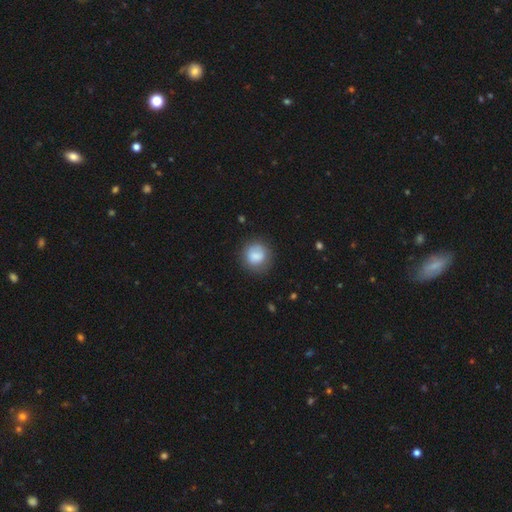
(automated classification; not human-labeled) The model was most divided on "merging": none: 73%, minor disturbance: 18%, major disturbance: 7%, merger: 2%. More confident: how rounded — round (85%); smooth or featured — smooth (79%).